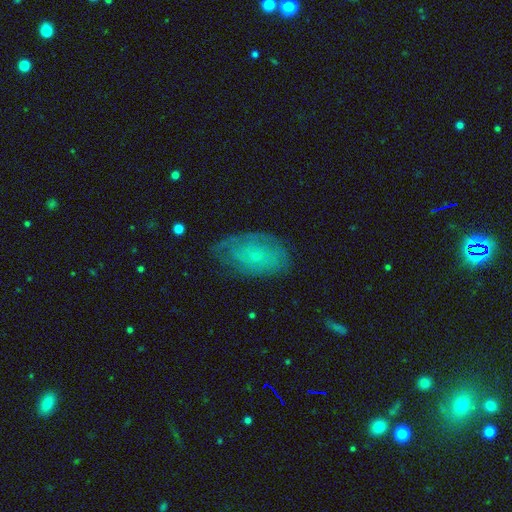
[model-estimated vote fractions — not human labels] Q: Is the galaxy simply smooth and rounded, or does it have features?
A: smooth — 50%.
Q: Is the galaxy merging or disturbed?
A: none — 64%.